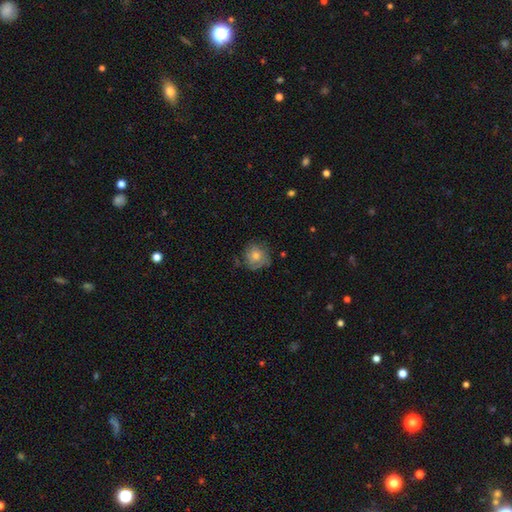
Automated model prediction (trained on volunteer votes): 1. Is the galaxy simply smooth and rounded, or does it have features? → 58% smooth, 30% featured or disk, 12% star or artifact.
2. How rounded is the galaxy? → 86% round, 13% in between, 1% cigar-shaped.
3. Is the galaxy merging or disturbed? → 69% none, 22% minor disturbance, 7% major disturbance, 2% merger.